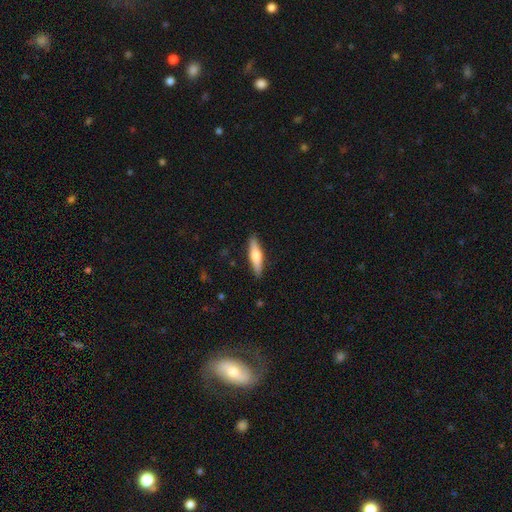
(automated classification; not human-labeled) Q: Smooth or featured?
A: smooth (54%); runner-up: featured or disk (41%)
Q: How rounded?
A: cigar-shaped (72%); runner-up: in between (26%)
Q: Merging?
A: none (89%); runner-up: minor disturbance (8%)